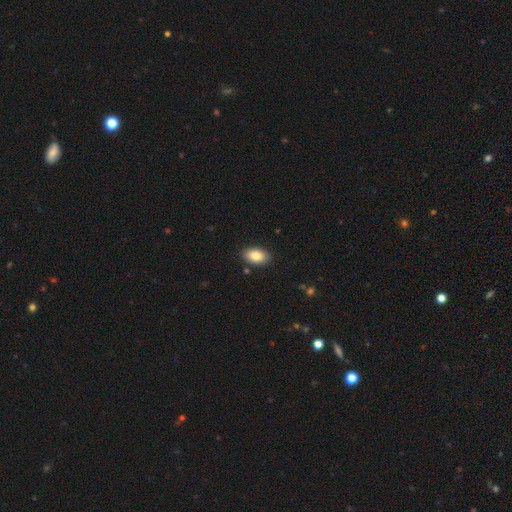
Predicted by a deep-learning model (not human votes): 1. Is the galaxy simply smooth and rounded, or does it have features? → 86% smooth, 7% featured or disk, 7% star or artifact.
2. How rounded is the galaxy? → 92% in between, 6% round, 1% cigar-shaped.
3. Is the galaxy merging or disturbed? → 87% none, 9% minor disturbance, 2% major disturbance, 2% merger.